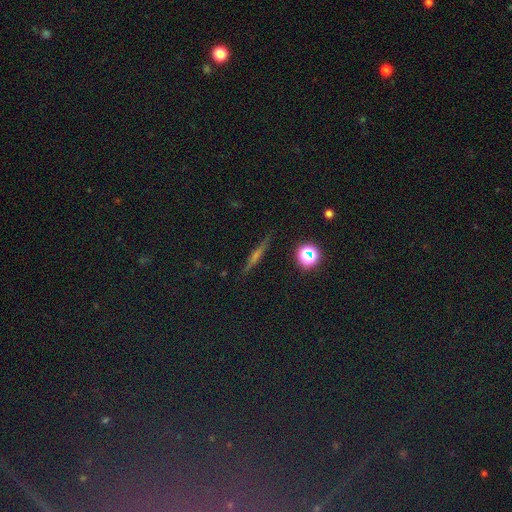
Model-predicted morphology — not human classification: Smooth or featured? featured or disk (46%)
Merging? none (90%)